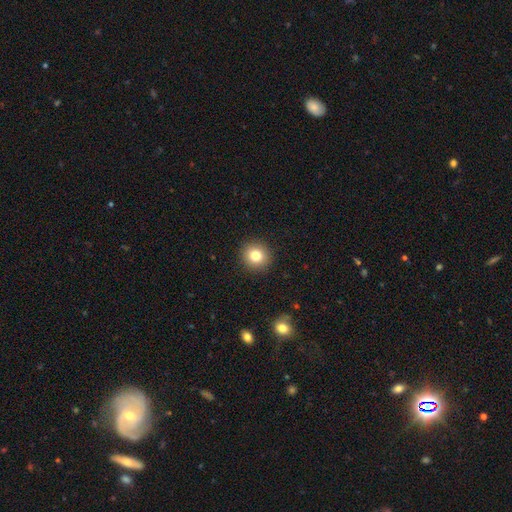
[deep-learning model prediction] Smooth or featured?
  - smooth: 80% *
  - star or artifact: 11%
  - featured or disk: 9%
How rounded?
  - round: 90% *
  - in between: 9%
  - cigar-shaped: 1%
Merging?
  - none: 92% *
  - minor disturbance: 6%
  - major disturbance: 2%
  - merger: 1%